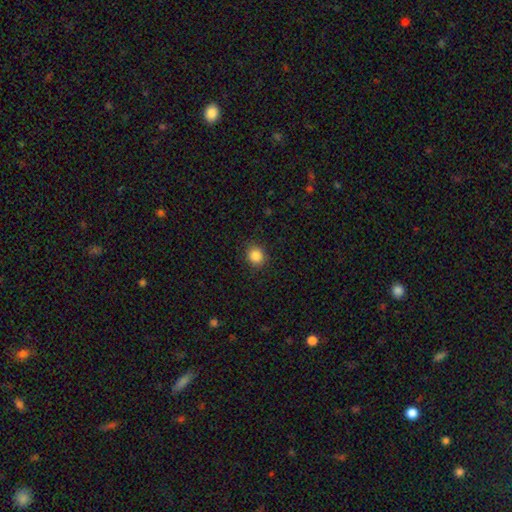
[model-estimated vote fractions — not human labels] smooth 86%, star or artifact 10%, featured or disk 4%. Down the decision tree: how rounded — round (80%); merging — none (89%).